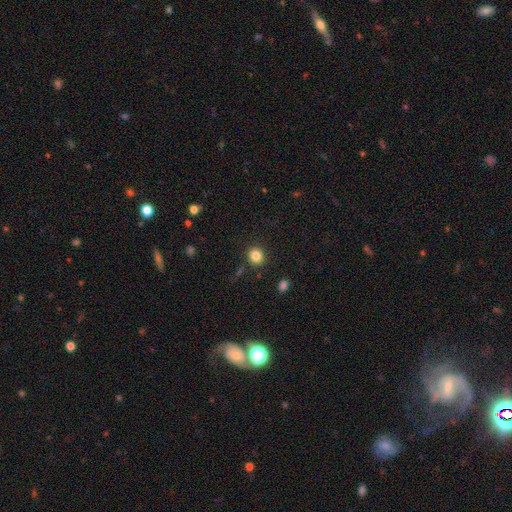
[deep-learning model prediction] Smooth or featured? Predicted: smooth (p=0.84). How rounded? Predicted: round (p=0.84). Merging? Predicted: none (p=0.87).